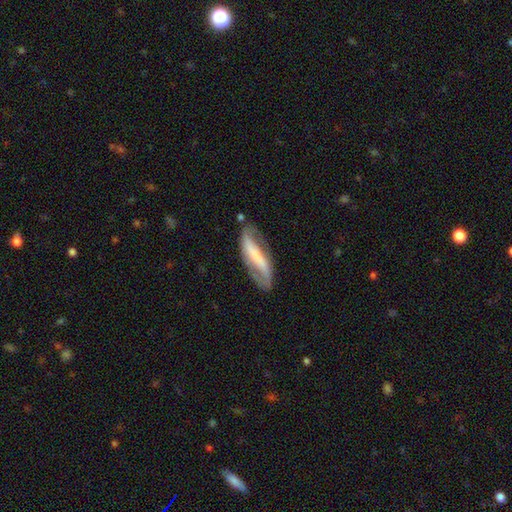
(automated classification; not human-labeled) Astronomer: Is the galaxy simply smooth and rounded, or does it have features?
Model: featured or disk — 71%.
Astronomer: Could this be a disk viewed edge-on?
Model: no — 84%.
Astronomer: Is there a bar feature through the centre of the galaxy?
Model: strong — 67%.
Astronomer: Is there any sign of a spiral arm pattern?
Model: yes — 85%.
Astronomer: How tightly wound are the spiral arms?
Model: loose — 47% (runner-up: medium, 35%).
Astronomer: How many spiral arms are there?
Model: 2 — 87%.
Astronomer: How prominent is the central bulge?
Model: none — 35% (runner-up: small, 31%).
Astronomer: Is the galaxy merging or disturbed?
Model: none — 69%.